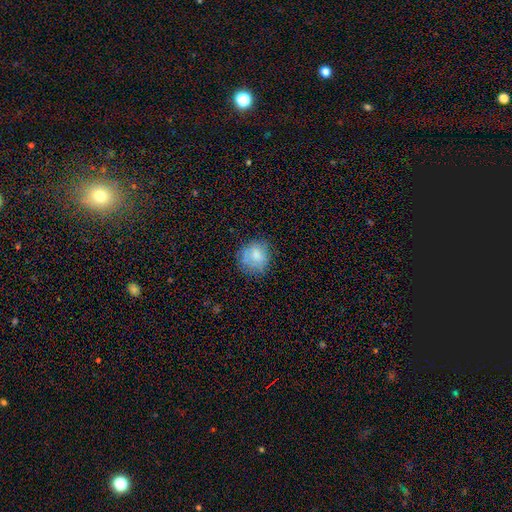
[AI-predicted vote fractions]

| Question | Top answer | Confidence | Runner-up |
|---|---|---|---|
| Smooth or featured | smooth | 71% | featured or disk (18%) |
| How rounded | round | 79% | in between (20%) |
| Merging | none | 67% | minor disturbance (22%) |